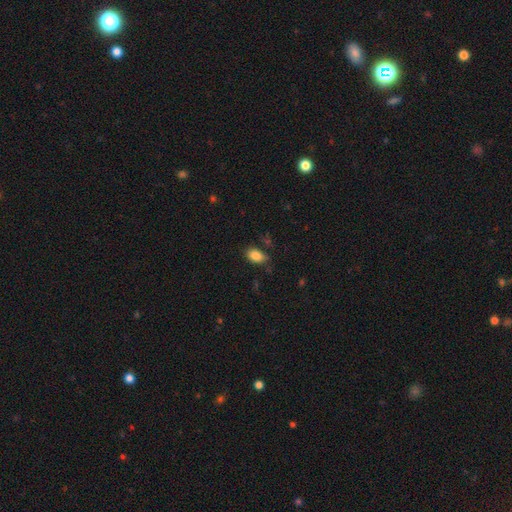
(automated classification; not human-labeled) The model was most divided on "merging": none: 76%, minor disturbance: 17%, major disturbance: 4%, merger: 3%. More confident: how rounded — in between (87%); smooth or featured — smooth (85%).